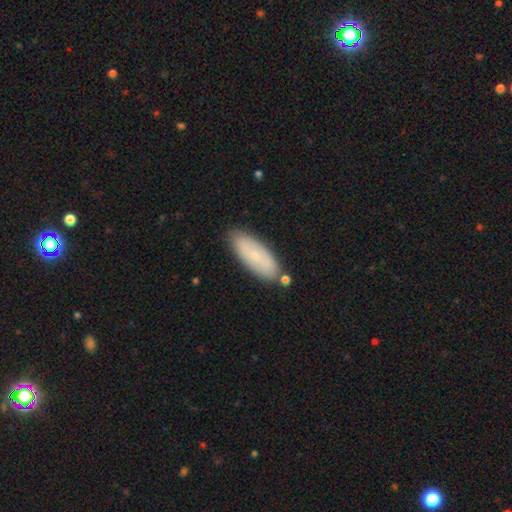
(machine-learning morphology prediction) The model was most divided on "how rounded": in between: 68%, cigar-shaped: 30%, round: 2%. More confident: merging — none (79%); smooth or featured — smooth (72%).